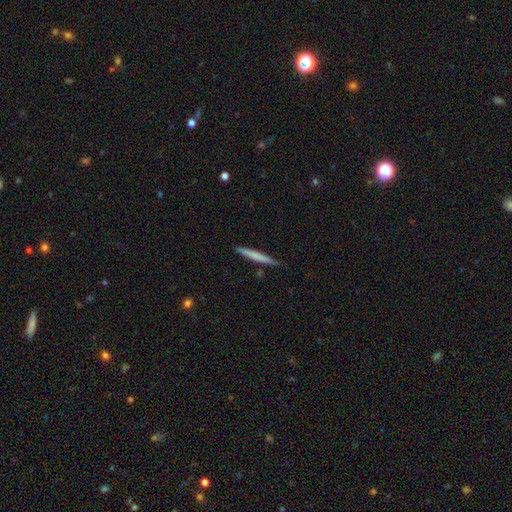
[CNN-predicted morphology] smooth-or-featured: smooth: 65% | featured or disk: 30% | star or artifact: 5%
  how-rounded: cigar-shaped: 96% | in between: 2% | round: 1%
  merging: none: 87% | minor disturbance: 10% | merger: 2% | major disturbance: 2%